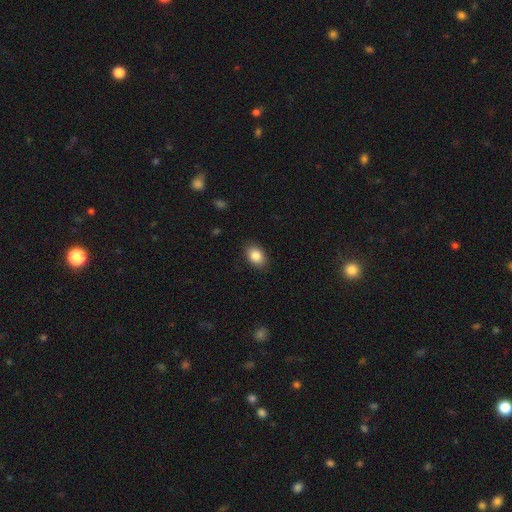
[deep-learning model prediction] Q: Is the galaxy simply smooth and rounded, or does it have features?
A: smooth — 85%.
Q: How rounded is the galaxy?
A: in between — 81%.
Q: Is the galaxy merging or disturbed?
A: none — 87%.